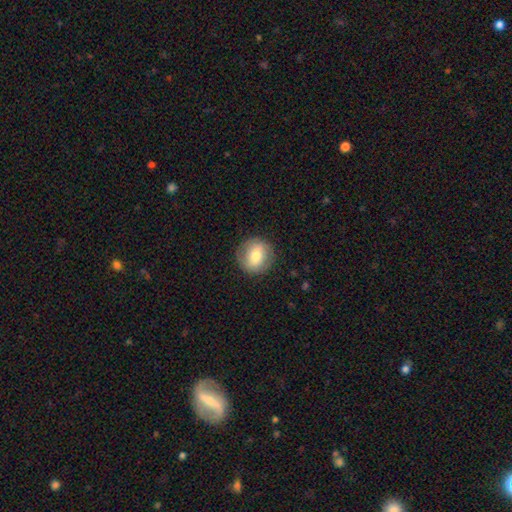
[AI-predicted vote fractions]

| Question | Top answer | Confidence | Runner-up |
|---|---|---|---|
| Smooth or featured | smooth | 65% | featured or disk (27%) |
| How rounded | round | 88% | in between (11%) |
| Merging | none | 85% | minor disturbance (10%) |